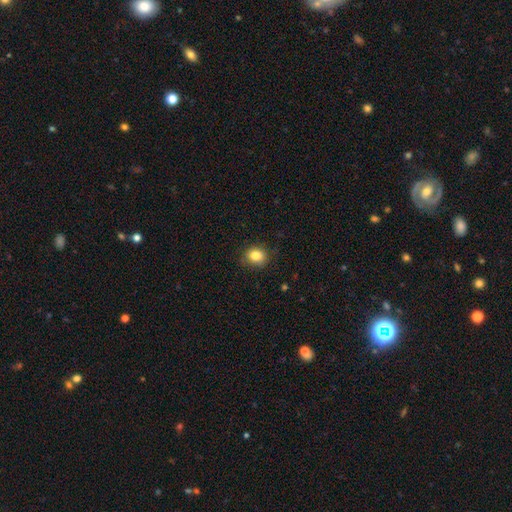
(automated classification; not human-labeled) smooth_or_featured: smooth (p=0.84) [alt: star or artifact p=0.10]
how_rounded: round (p=0.65) [alt: in between p=0.35]
merging: none (p=0.84) [alt: minor disturbance p=0.13]